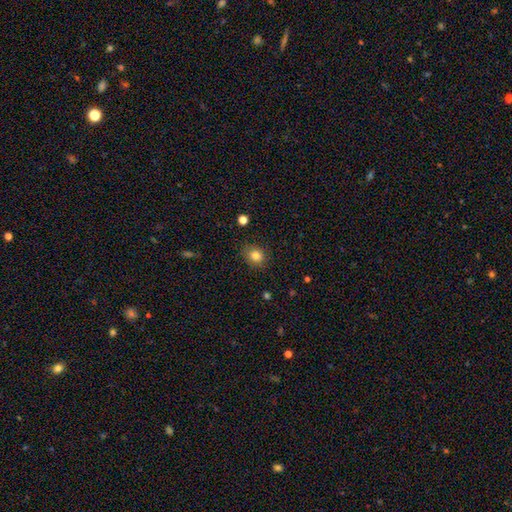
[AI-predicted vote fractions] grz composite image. It shows a smooth galaxy with no disk features (82%) that is round (67%). Merging: none (83%).